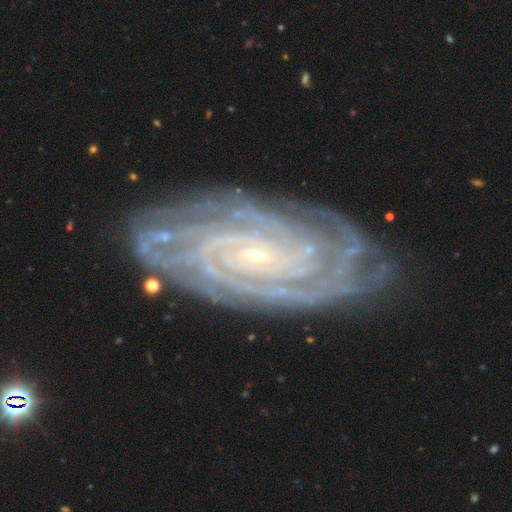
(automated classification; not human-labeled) Q: Smooth or featured?
A: featured or disk (91%); runner-up: star or artifact (5%)
Q: Edge-on disk?
A: no (96%); runner-up: yes (4%)
Q: Bar?
A: no (62%); runner-up: weak (25%)
Q: Spiral arms?
A: yes (99%); runner-up: no (1%)
Q: Spiral winding?
A: tight (83%); runner-up: medium (15%)
Q: Spiral arm count?
A: more than 4 (24%); runner-up: 4 (23%)
Q: Bulge size?
A: small (85%); runner-up: moderate (11%)
Q: Merging?
A: none (83%); runner-up: minor disturbance (13%)